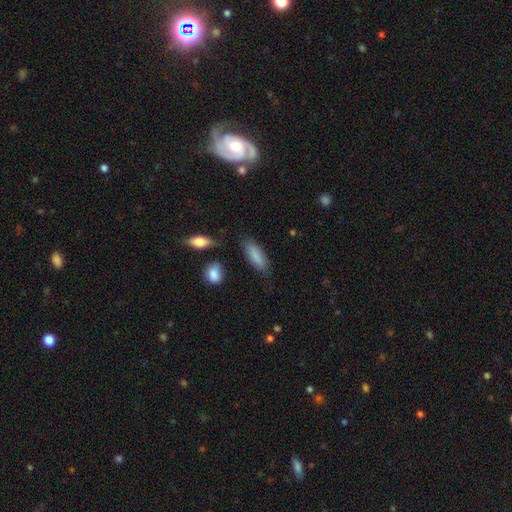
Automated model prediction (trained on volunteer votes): Smooth or featured? smooth (86%)
How rounded? in between (67%)
Merging? none (78%)